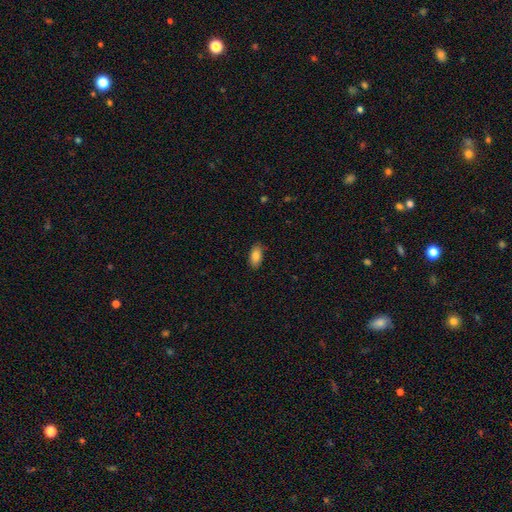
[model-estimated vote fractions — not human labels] Smooth or featured? Predicted: smooth (p=0.84). How rounded? Predicted: in between (p=0.93). Merging? Predicted: none (p=0.87).